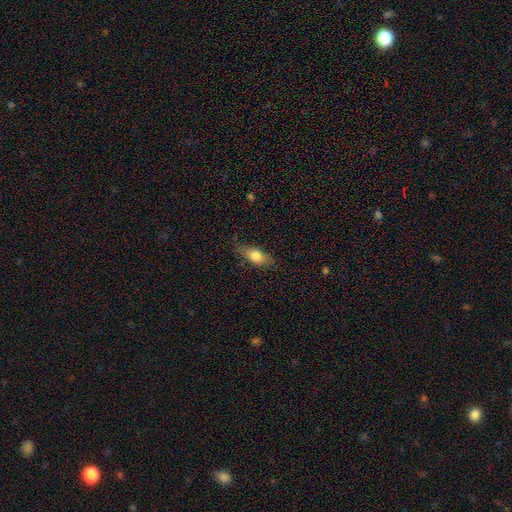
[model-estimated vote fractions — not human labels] This appears to be a smooth galaxy with no disk features (73%) that is in between round and cigar-shaped (75%). Merging: none (76%).